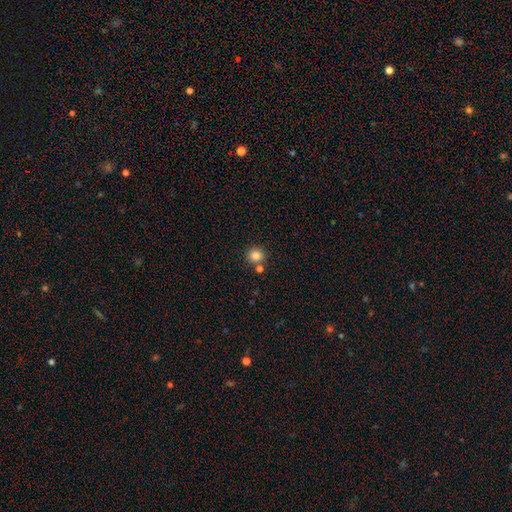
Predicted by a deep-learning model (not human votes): Smooth or featured? smooth (83%)
How rounded? round (90%)
Merging? none (77%)